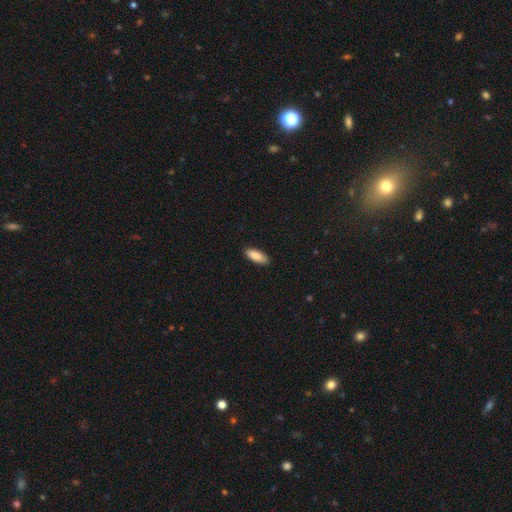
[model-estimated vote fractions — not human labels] This appears to be a smooth galaxy with no disk features (89%) that is in between round and cigar-shaped (73%). Merging: none (88%).